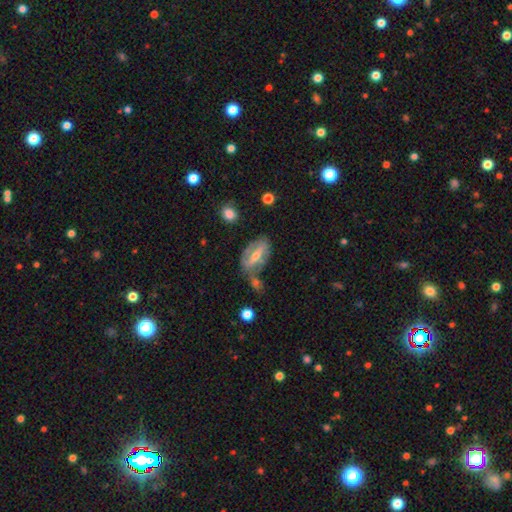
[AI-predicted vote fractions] A featured or disk galaxy (67%) with a strong bar (60%), spiral arms (59%) and a moderate central bulge (54%).

Vote fractions:
- Smooth or featured? featured or disk: 67% / smooth: 26% / star or artifact: 6%
- Edge-on disk? no: 85% / yes: 15%
- Bar? strong: 60% / weak: 25% / no: 15%
- Spiral arms? yes: 59% / no: 41%
- Bulge size? moderate: 54% / small: 41% / large: 3% / none: 2% / dominant: 1%
- Merging? none: 49% / minor disturbance: 23% / merger: 15% / major disturbance: 13%